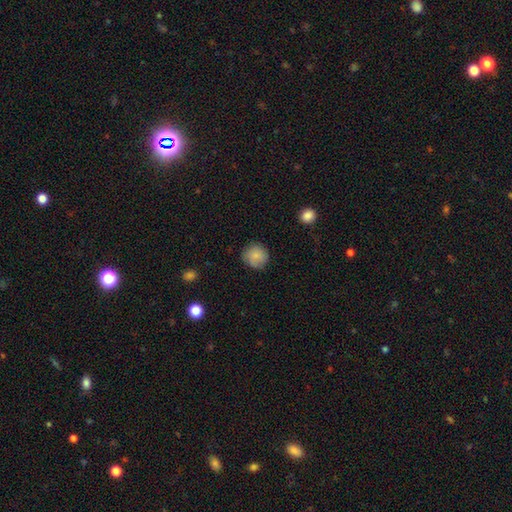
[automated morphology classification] smooth-or-featured: smooth: 83% | featured or disk: 9% | star or artifact: 8%
  how-rounded: round: 92% | in between: 7% | cigar-shaped: 1%
  merging: none: 82% | minor disturbance: 14% | major disturbance: 3% | merger: 1%